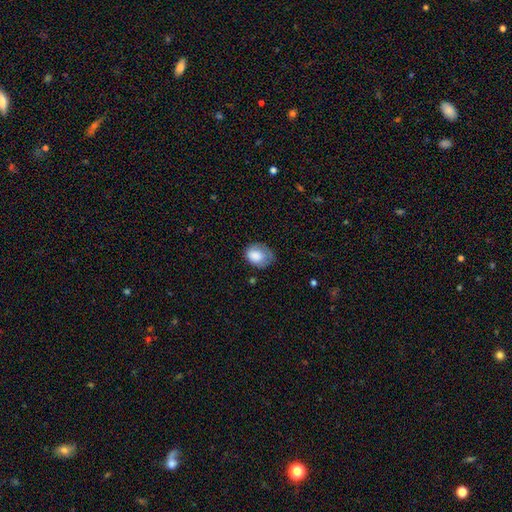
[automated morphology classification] This is clearly a smooth galaxy (81%). How rounded: likely in between (62%). Merging: possibly none (47%).